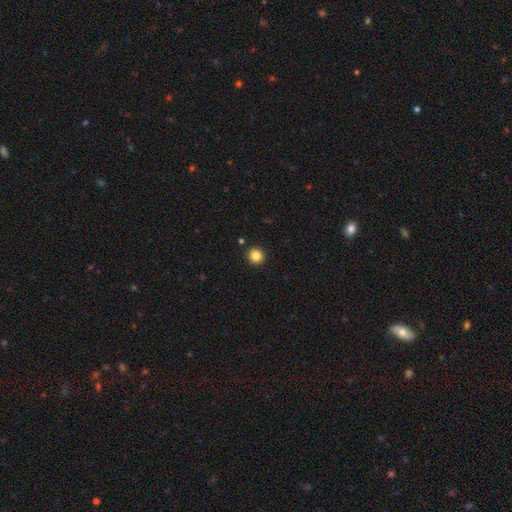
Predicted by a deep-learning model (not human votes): smooth_or_featured: smooth (p=0.84) [alt: star or artifact p=0.11]
how_rounded: round (p=0.95) [alt: in between p=0.04]
merging: none (p=0.93) [alt: minor disturbance p=0.04]